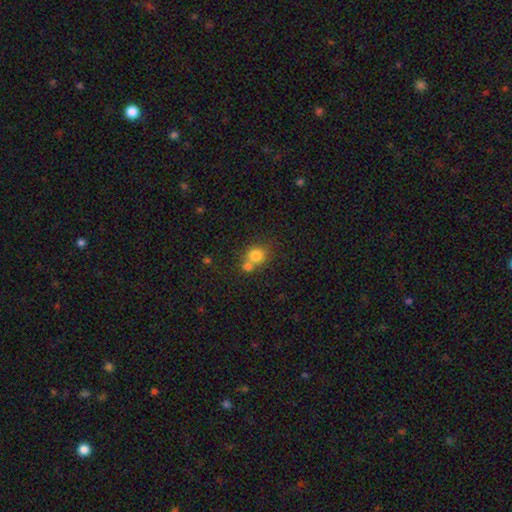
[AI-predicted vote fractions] Smooth or featured? Predicted: smooth (p=0.80). How rounded? Predicted: round (p=0.81). Merging? Predicted: none (p=0.45).